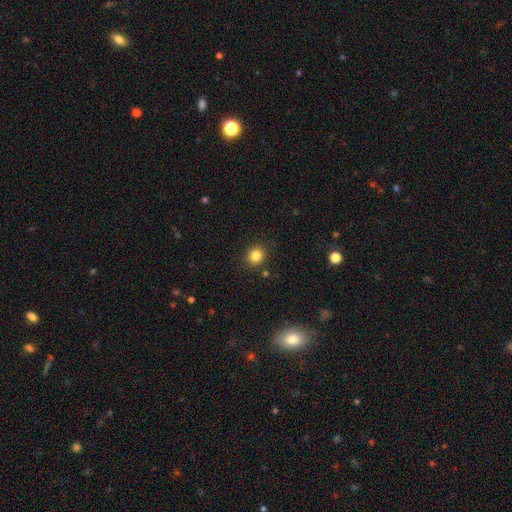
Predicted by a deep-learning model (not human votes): Smooth or featured? Predicted: smooth (p=0.83). How rounded? Predicted: round (p=0.80). Merging? Predicted: none (p=0.87).